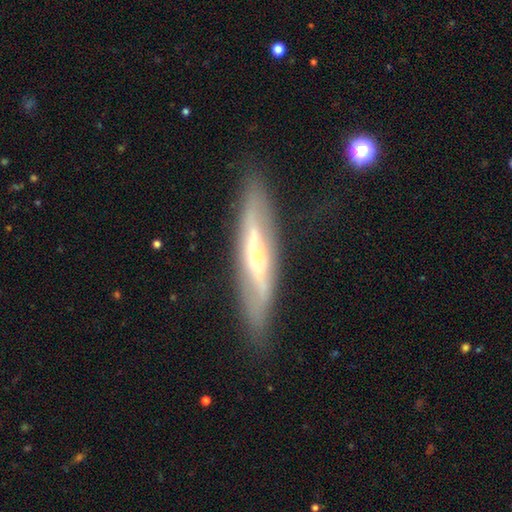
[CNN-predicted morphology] A featured or disk galaxy (70%) viewed edge-on (67%).

Vote fractions:
- Smooth or featured? featured or disk: 70% / smooth: 23% / star or artifact: 7%
- Edge-on disk? yes: 67% / no: 33%
- Merging? none: 81% / minor disturbance: 13% / major disturbance: 4% / merger: 2%